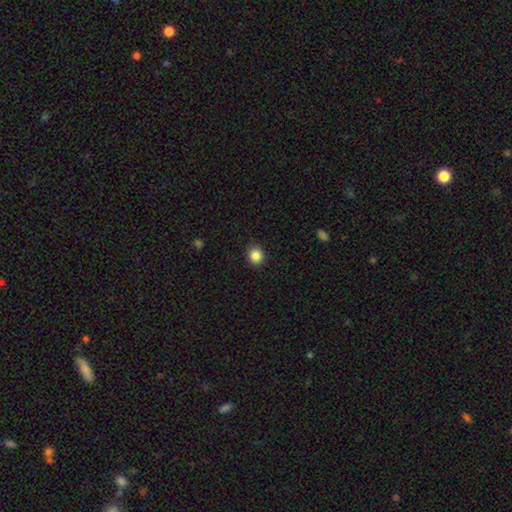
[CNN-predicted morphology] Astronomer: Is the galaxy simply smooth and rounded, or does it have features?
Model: smooth — 86%.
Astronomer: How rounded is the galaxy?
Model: round — 84%.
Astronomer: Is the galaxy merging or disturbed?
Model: none — 88%.